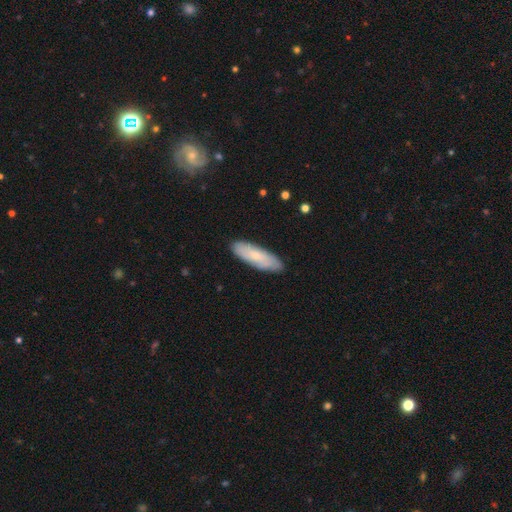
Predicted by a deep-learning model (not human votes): Smooth or featured? Predicted: smooth (p=0.63). How rounded? Predicted: in between (p=0.52). Merging? Predicted: none (p=0.86).